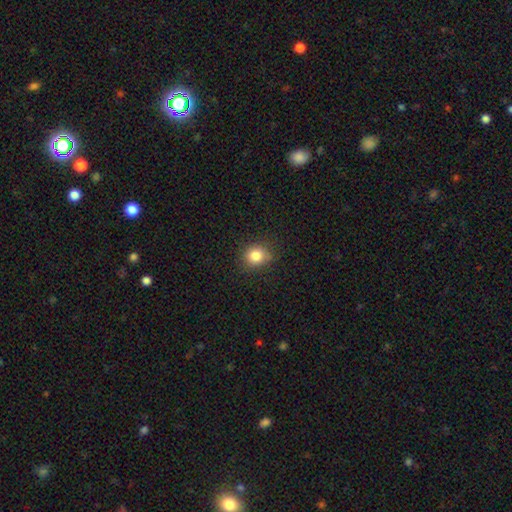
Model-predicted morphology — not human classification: This is clearly a smooth galaxy (83%). How rounded: likely round (77%). Merging: clearly none (83%).